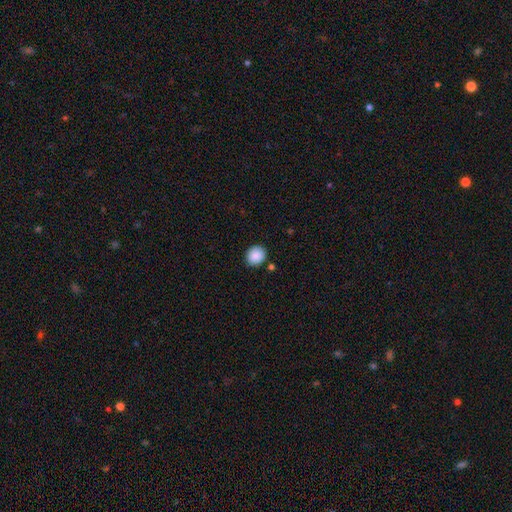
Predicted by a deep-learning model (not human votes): The model was most divided on "how rounded": round: 76%, in between: 23%, cigar-shaped: 1%. More confident: smooth or featured — smooth (89%); merging — none (87%).